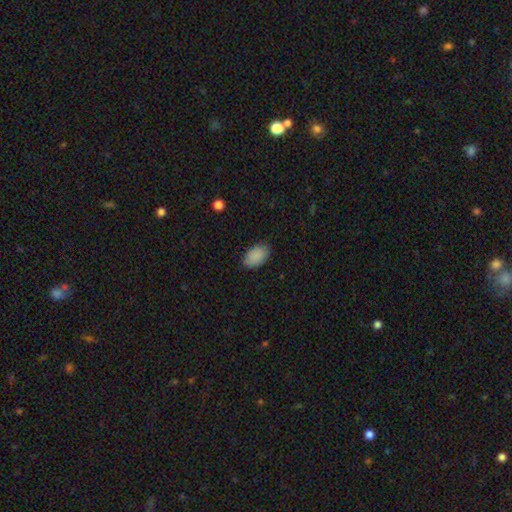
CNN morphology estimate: Smooth or featured?
  - smooth: 88% *
  - star or artifact: 7%
  - featured or disk: 5%
How rounded?
  - in between: 92% *
  - round: 7%
  - cigar-shaped: 1%
Merging?
  - none: 83% *
  - minor disturbance: 13%
  - major disturbance: 3%
  - merger: 1%